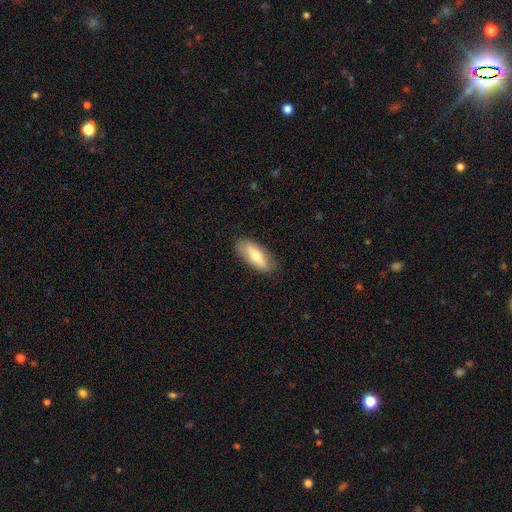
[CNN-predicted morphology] A smooth galaxy with no disk features (68%) that is in between round and cigar-shaped (72%).

Vote fractions:
- Smooth or featured? smooth: 68% / featured or disk: 26% / star or artifact: 6%
- How rounded? in between: 72% / cigar-shaped: 25% / round: 2%
- Merging? none: 84% / minor disturbance: 12% / major disturbance: 3% / merger: 1%